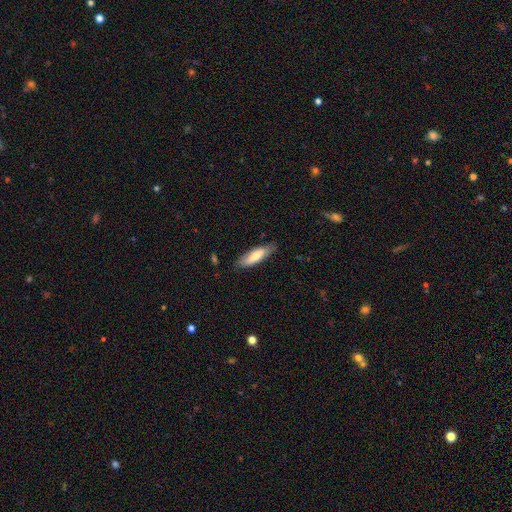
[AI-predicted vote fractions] The model was most divided on "how rounded": cigar-shaped: 55%, in between: 44%, round: 2%. More confident: merging — none (80%); smooth or featured — smooth (69%).